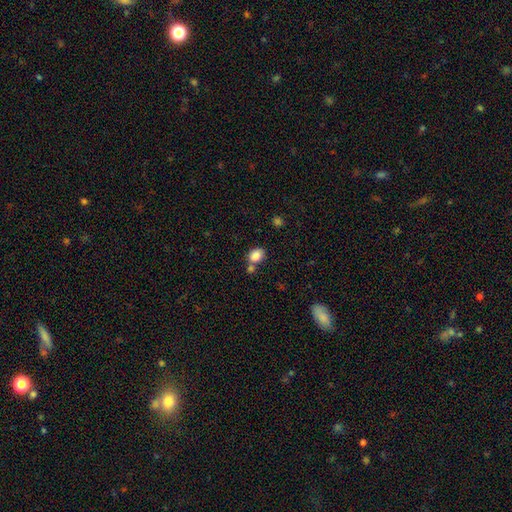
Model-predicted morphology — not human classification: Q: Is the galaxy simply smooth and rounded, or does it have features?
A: smooth — 86%.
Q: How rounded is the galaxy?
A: in between — 60%.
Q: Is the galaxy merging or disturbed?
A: none — 57%.